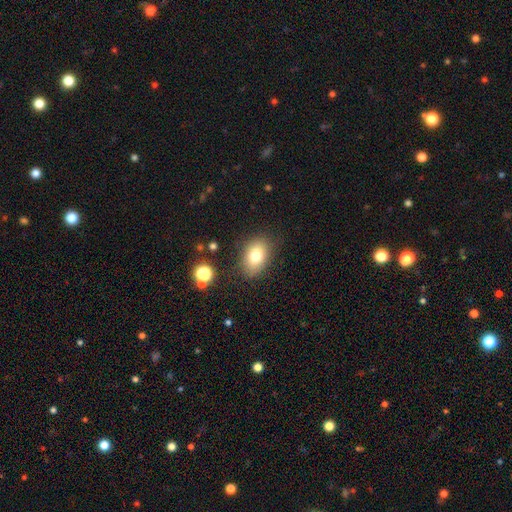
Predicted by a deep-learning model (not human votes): Smooth or featured? smooth (78%)
How rounded? in between (82%)
Merging? none (82%)